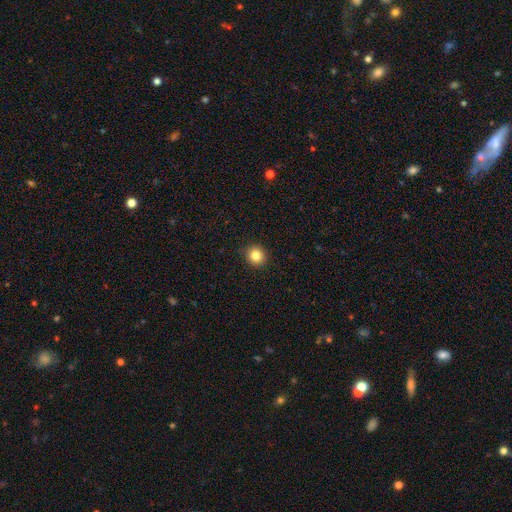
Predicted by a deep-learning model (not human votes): This is clearly a smooth galaxy (84%). How rounded: clearly round (90%). Merging: clearly none (91%).